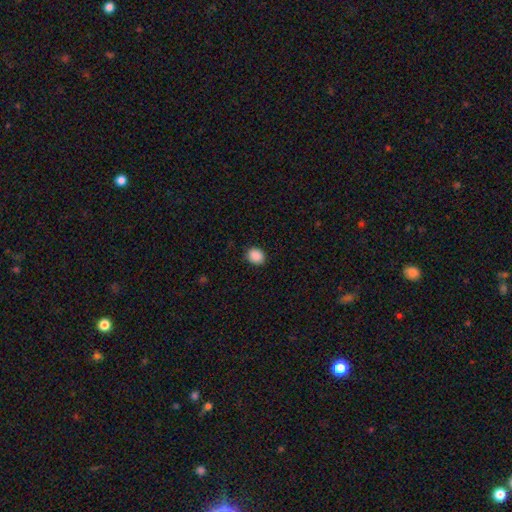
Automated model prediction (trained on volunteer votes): Q: Smooth or featured?
A: smooth (89%); runner-up: star or artifact (8%)
Q: How rounded?
A: round (64%); runner-up: in between (35%)
Q: Merging?
A: none (88%); runner-up: minor disturbance (8%)